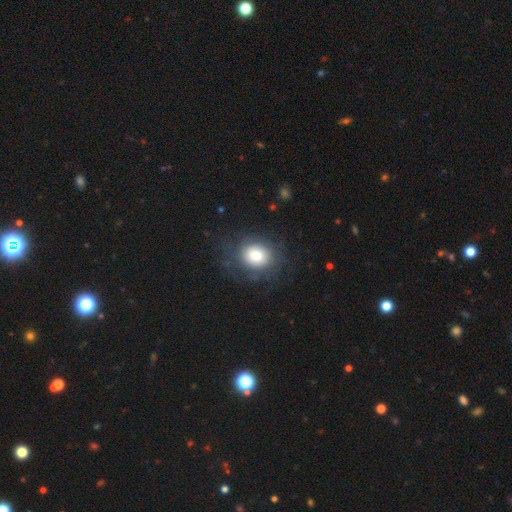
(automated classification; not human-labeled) Smooth or featured: smooth — 72% (featured or disk — 19%)
How rounded: round — 70% (in between — 29%)
Merging: none — 70% (minor disturbance — 16%)